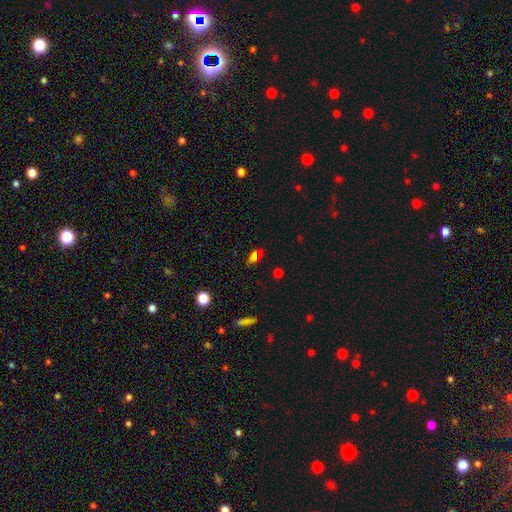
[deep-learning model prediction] A smooth galaxy with no disk features (60%) that is in between round and cigar-shaped (76%). Merging: none (79%).